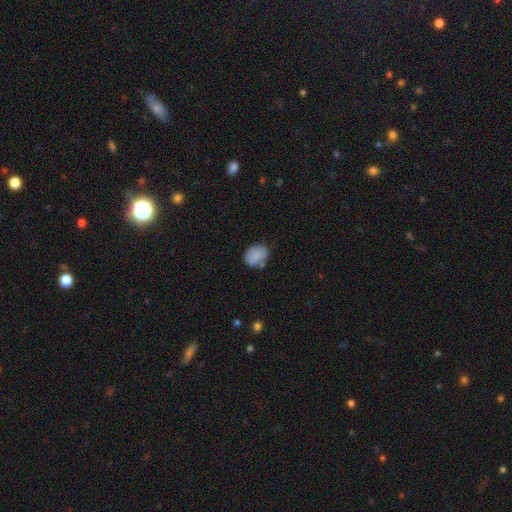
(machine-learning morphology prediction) Smooth or featured?
  - smooth: 83% *
  - featured or disk: 9%
  - star or artifact: 8%
How rounded?
  - in between: 56% *
  - round: 43%
  - cigar-shaped: 1%
Merging?
  - none: 60% *
  - minor disturbance: 27%
  - major disturbance: 7%
  - merger: 7%